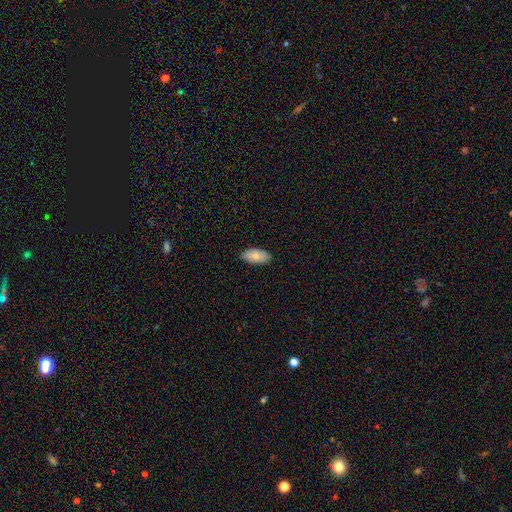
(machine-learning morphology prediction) type=smooth (82%); roundness=in between (93%); merging=none (86%).